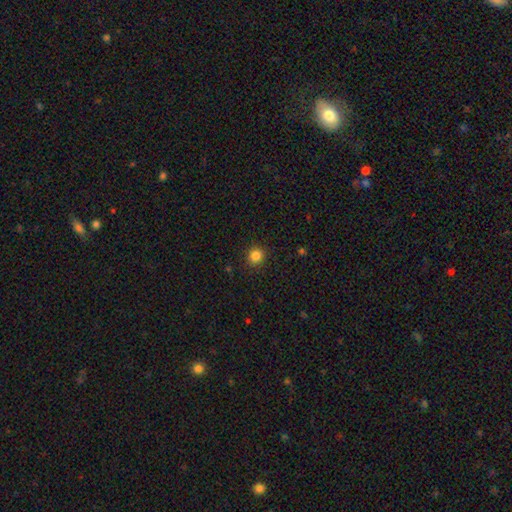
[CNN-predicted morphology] Overall: smooth (85%). How rounded: round (89%). Merging: none (91%).